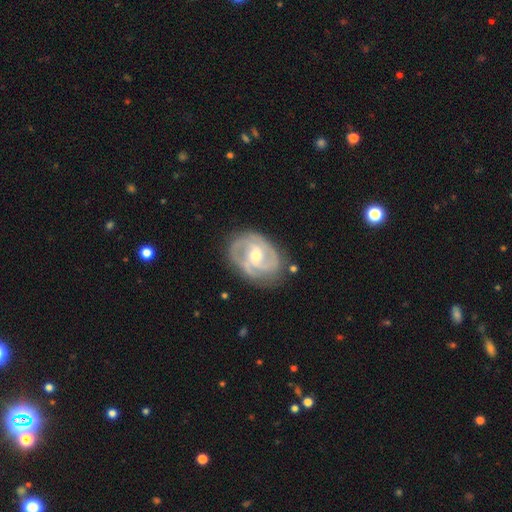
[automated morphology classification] Smooth or featured? featured or disk (89%)
Edge-on disk? no (97%)
Bar? no (44%)
Spiral arms? yes (96%)
Spiral winding? tight (53%)
Spiral arm count? 2 (44%)
Bulge size? moderate (65%)
Merging? none (75%)